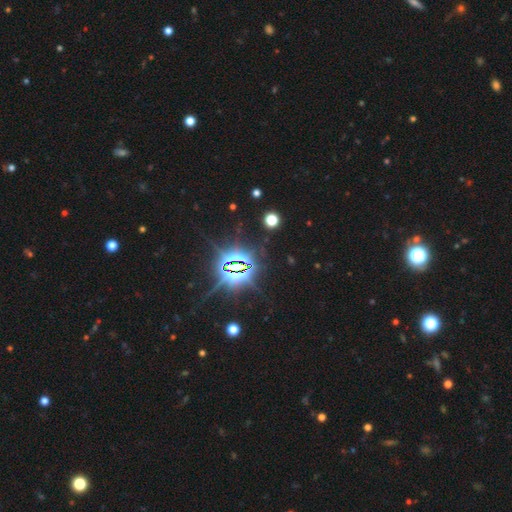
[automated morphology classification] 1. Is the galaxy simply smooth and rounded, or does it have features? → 86% star or artifact, 8% smooth, 6% featured or disk.